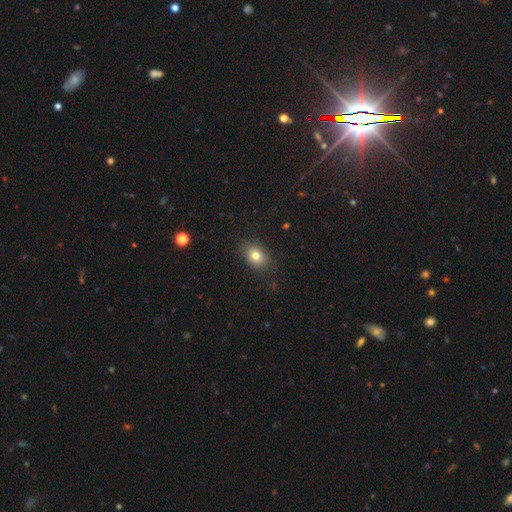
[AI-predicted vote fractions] smooth_or_featured: smooth (p=0.79) [alt: star or artifact p=0.11]
how_rounded: in between (p=0.72) [alt: round p=0.27]
merging: none (p=0.84) [alt: minor disturbance p=0.12]